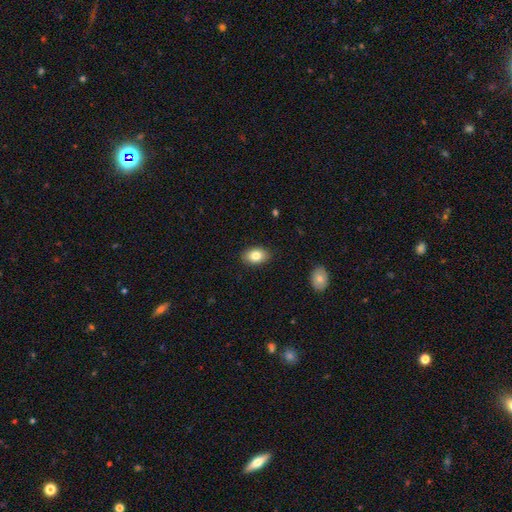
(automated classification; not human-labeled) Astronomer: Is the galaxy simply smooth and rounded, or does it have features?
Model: smooth — 82%.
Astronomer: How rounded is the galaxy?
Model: in between — 84%.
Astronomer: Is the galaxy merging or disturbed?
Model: none — 88%.